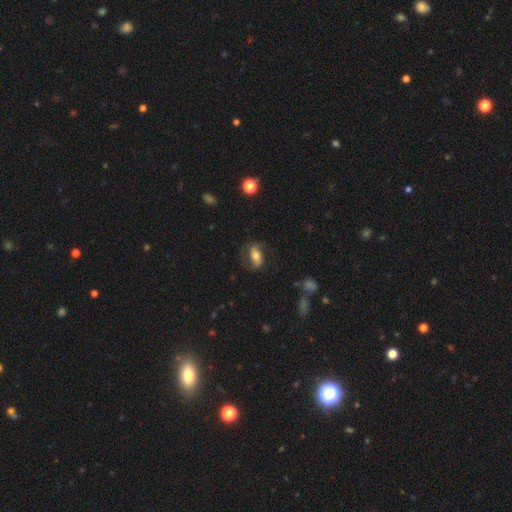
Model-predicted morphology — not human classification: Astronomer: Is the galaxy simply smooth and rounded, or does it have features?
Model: smooth — 57% (runner-up: featured or disk, 35%).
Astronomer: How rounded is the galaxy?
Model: in between — 82%.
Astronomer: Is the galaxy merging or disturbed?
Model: none — 69%.